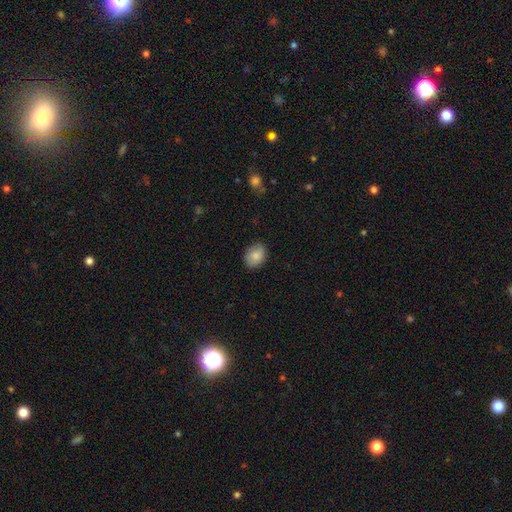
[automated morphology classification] Smooth or featured: smooth — 86% (featured or disk — 7%)
How rounded: in between — 64% (round — 35%)
Merging: none — 83% (minor disturbance — 14%)